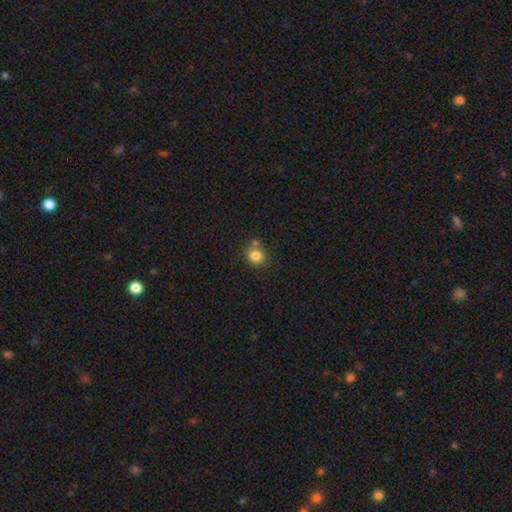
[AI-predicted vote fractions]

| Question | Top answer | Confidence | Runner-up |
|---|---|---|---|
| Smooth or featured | smooth | 82% | star or artifact (11%) |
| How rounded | round | 79% | in between (20%) |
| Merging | none | 66% | merger (19%) |